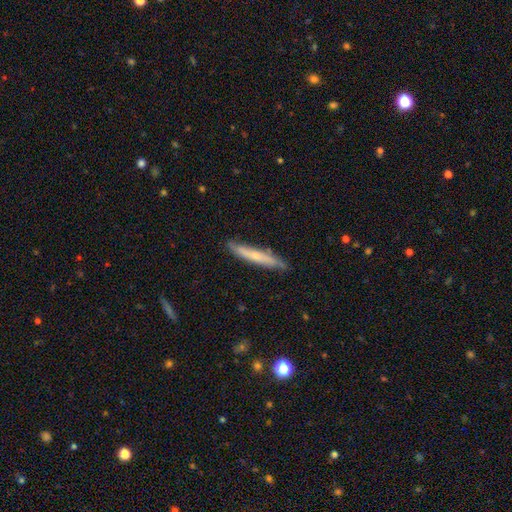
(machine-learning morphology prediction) A featured or disk galaxy (49%). Merging: none (83%).